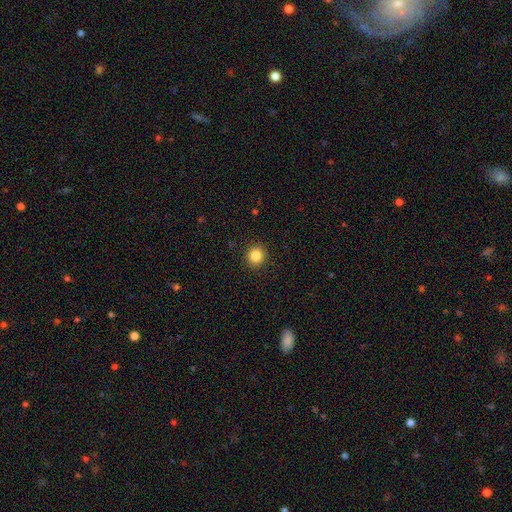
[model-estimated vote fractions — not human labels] smooth_or_featured: smooth (p=0.85) [alt: star or artifact p=0.11]
how_rounded: round (p=0.91) [alt: in between p=0.08]
merging: none (p=0.92) [alt: minor disturbance p=0.05]